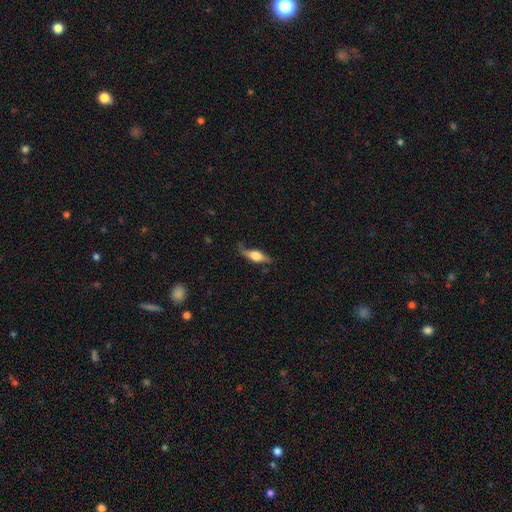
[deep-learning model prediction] smooth-or-featured: featured or disk: 47% | smooth: 46% | star or artifact: 7%
  merging: none: 61% | minor disturbance: 27% | major disturbance: 10% | merger: 2%